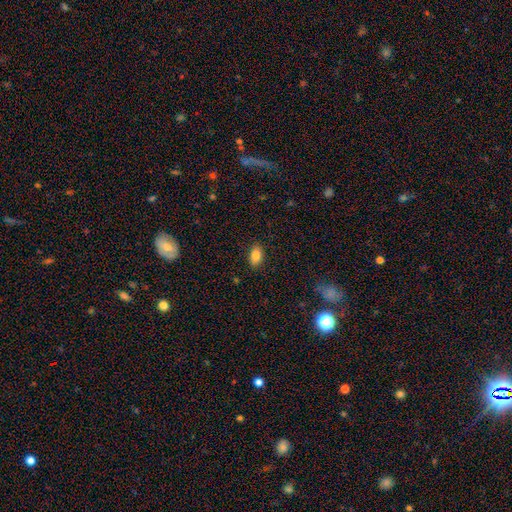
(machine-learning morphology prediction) Smooth or featured? Predicted: smooth (p=0.84). How rounded? Predicted: in between (p=0.89). Merging? Predicted: none (p=0.88).